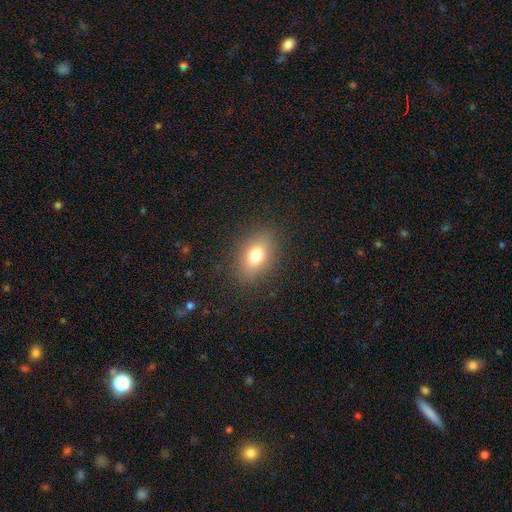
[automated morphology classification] Q: Smooth or featured?
A: smooth (76%); runner-up: featured or disk (13%)
Q: How rounded?
A: in between (78%); runner-up: round (20%)
Q: Merging?
A: none (86%); runner-up: minor disturbance (10%)